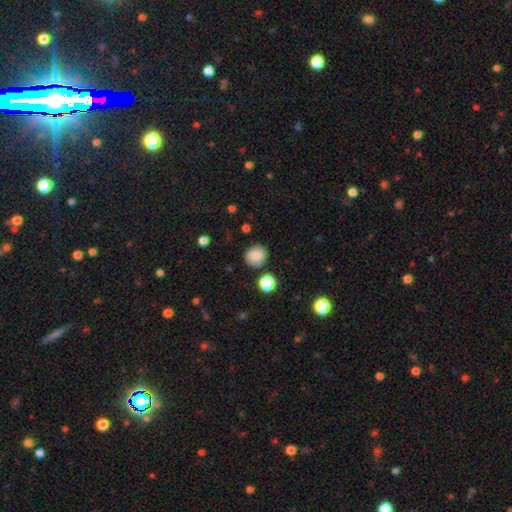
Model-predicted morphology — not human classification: smooth 82%, star or artifact 10%, featured or disk 8%. Down the decision tree: how rounded — round (85%); merging — none (83%).